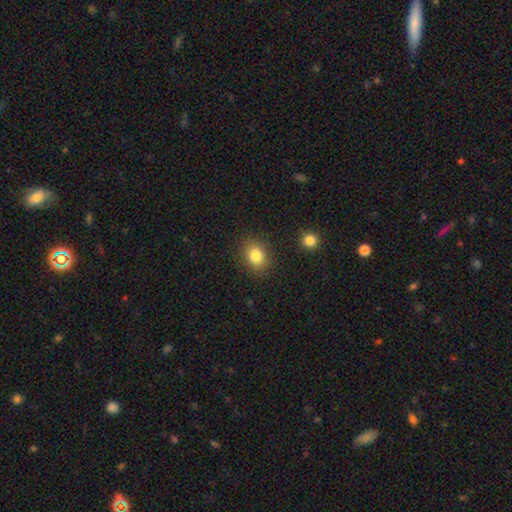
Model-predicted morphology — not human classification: Q: Smooth or featured?
A: smooth (83%); runner-up: star or artifact (10%)
Q: How rounded?
A: in between (52%); runner-up: round (47%)
Q: Merging?
A: none (87%); runner-up: minor disturbance (9%)